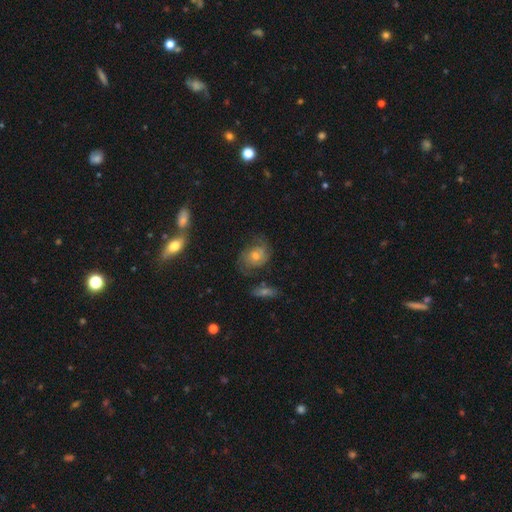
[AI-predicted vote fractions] Q: Smooth or featured?
A: featured or disk (68%); runner-up: smooth (21%)
Q: Edge-on disk?
A: no (96%); runner-up: yes (4%)
Q: Bar?
A: no (75%); runner-up: weak (22%)
Q: Spiral arms?
A: yes (89%); runner-up: no (11%)
Q: Spiral winding?
A: tight (46%); runner-up: medium (38%)
Q: Spiral arm count?
A: 2 (52%); runner-up: can't tell (26%)
Q: Bulge size?
A: moderate (58%); runner-up: small (32%)
Q: Merging?
A: none (66%); runner-up: minor disturbance (19%)